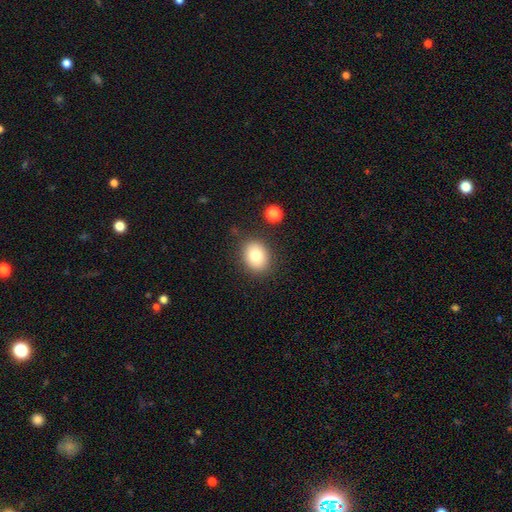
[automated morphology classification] The model was most divided on "how rounded": round: 50%, in between: 49%, cigar-shaped: 1%. More confident: merging — none (84%); smooth or featured — smooth (80%).